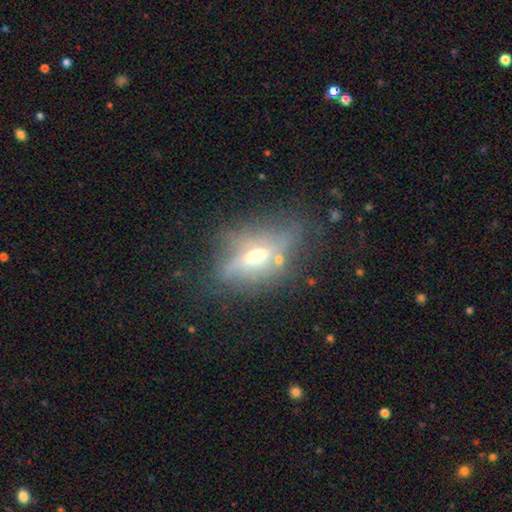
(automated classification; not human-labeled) Smooth or featured?
  - featured or disk: 57% *
  - smooth: 30%
  - star or artifact: 14%
Edge-on disk?
  - yes: 60% *
  - no: 40%
Merging?
  - none: 58% *
  - minor disturbance: 22%
  - major disturbance: 14%
  - merger: 6%